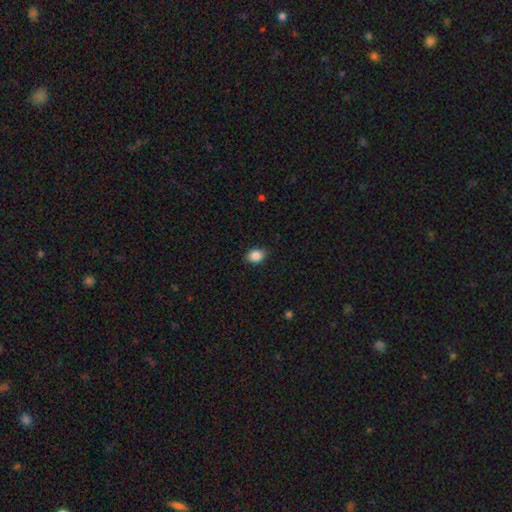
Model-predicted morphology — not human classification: Overall: smooth (88%). How rounded: in between (65%; round 34%). Merging: none (87%).